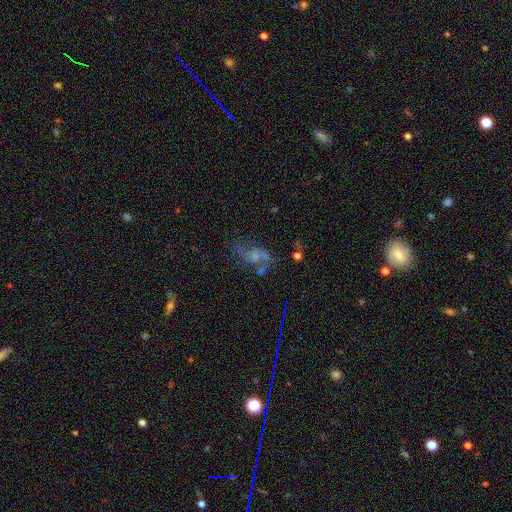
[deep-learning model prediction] A featured or disk galaxy (53%).

Vote fractions:
- Smooth or featured? featured or disk: 53% / smooth: 26% / star or artifact: 21%
- Edge-on disk? no: 93% / yes: 7%
- Merging? none: 40% / major disturbance: 28% / minor disturbance: 19% / merger: 12%